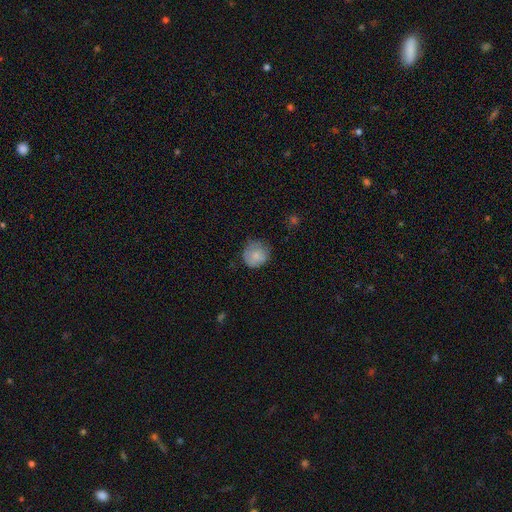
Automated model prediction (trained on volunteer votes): Smooth or featured? smooth (80%)
How rounded? round (89%)
Merging? none (67%)